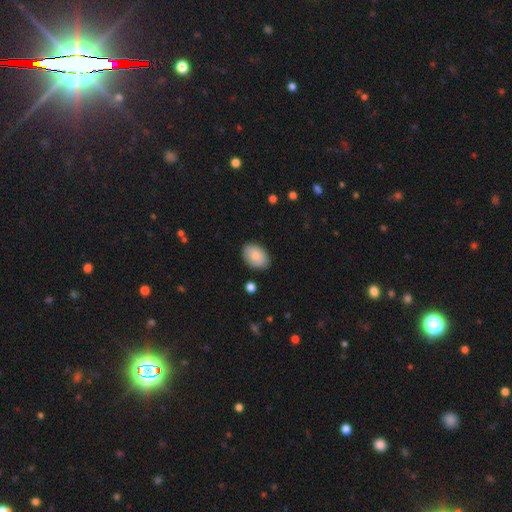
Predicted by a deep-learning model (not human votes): The model was most divided on "how rounded": in between: 86%, round: 13%, cigar-shaped: 1%. More confident: smooth or featured — smooth (86%); merging — none (86%).